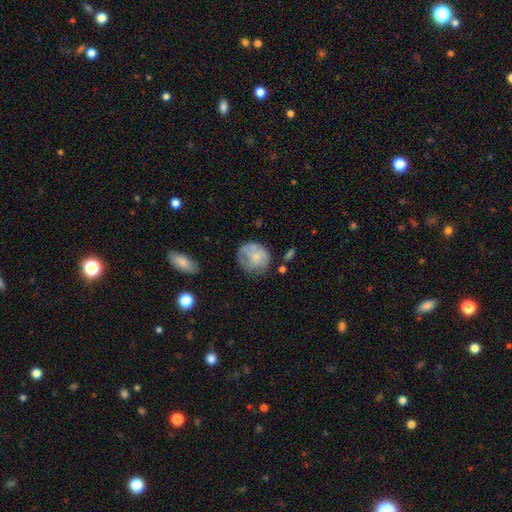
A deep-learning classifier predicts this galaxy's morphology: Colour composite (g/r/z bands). It shows a smooth galaxy with no disk features (52%) that is round (79%). Merging: none (53%).